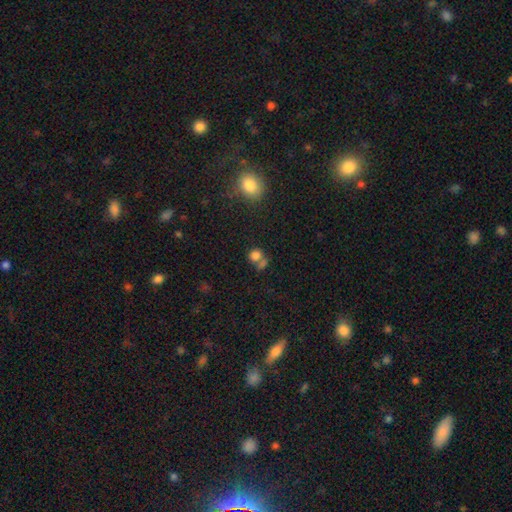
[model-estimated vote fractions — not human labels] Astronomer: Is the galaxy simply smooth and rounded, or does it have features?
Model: smooth — 78%.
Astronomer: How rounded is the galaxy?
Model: round — 72%.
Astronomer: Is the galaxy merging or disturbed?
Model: none — 45% (runner-up: merger, 39%).